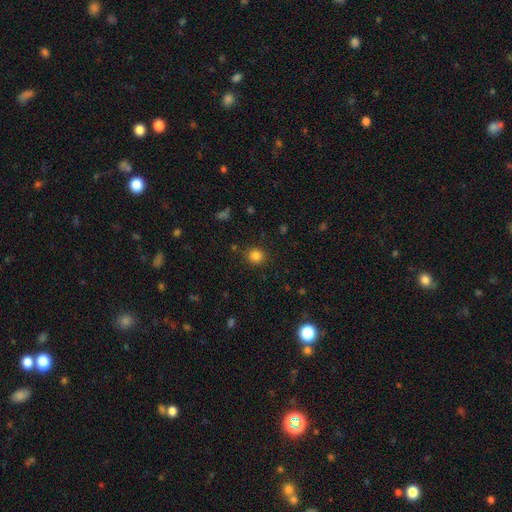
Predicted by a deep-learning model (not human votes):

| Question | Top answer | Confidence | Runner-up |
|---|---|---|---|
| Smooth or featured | smooth | 82% | star or artifact (13%) |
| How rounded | round | 85% | in between (14%) |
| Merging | none | 88% | minor disturbance (8%) |